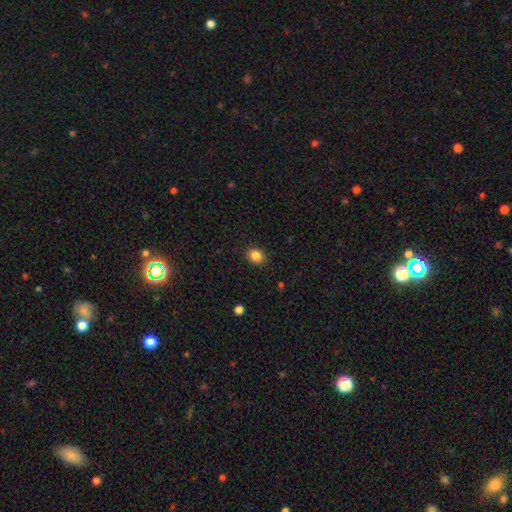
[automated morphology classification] Smooth or featured? smooth (85%)
How rounded? in between (51%)
Merging? none (88%)